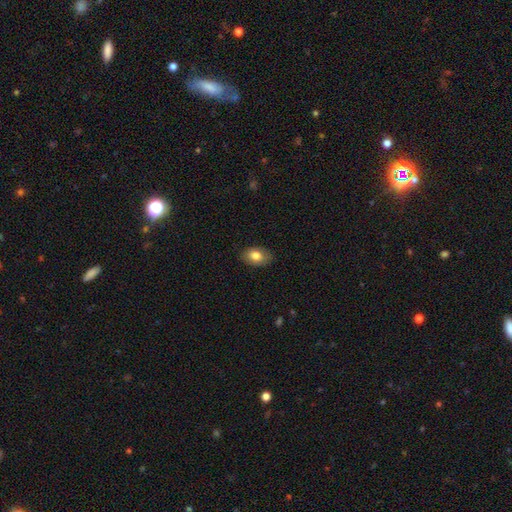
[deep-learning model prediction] smooth-or-featured: smooth: 81% | featured or disk: 12% | star or artifact: 7%
  how-rounded: in between: 86% | round: 13% | cigar-shaped: 1%
  merging: none: 85% | minor disturbance: 11% | major disturbance: 2% | merger: 1%